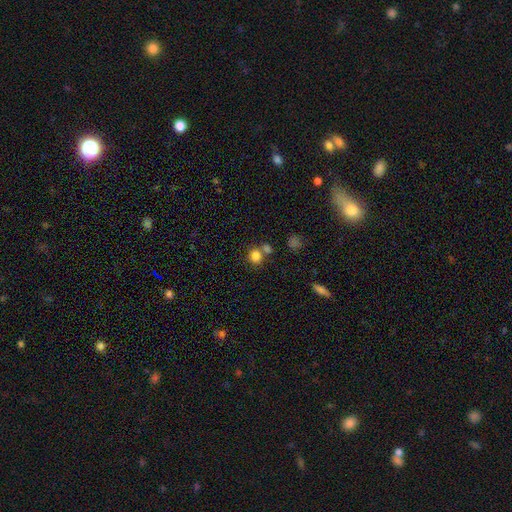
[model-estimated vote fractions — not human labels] Smooth or featured? Predicted: smooth (p=0.82). How rounded? Predicted: round (p=0.75). Merging? Predicted: none (p=0.58).